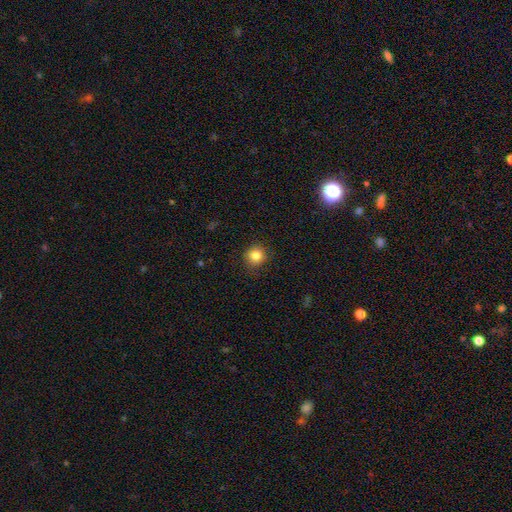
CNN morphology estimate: smooth-or-featured: smooth: 85% | star or artifact: 11% | featured or disk: 4%
  how-rounded: round: 90% | in between: 9% | cigar-shaped: 1%
  merging: none: 88% | minor disturbance: 8% | major disturbance: 2% | merger: 1%